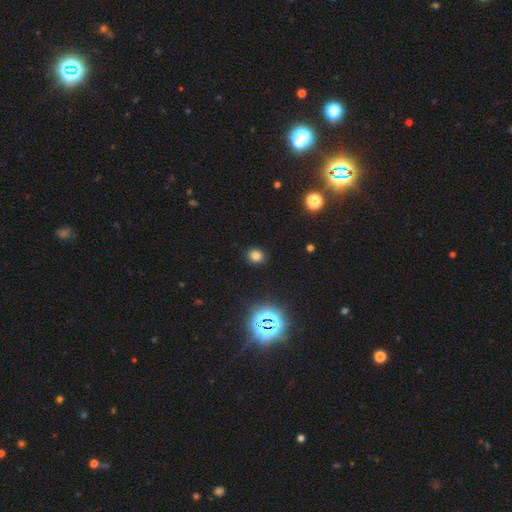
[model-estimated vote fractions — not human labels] A smooth galaxy with no disk features (75%) that is round (75%).

Vote fractions:
- Smooth or featured? smooth: 75% / star or artifact: 20% / featured or disk: 5%
- How rounded? round: 75% / in between: 24% / cigar-shaped: 1%
- Merging? none: 90% / minor disturbance: 7% / major disturbance: 2% / merger: 1%